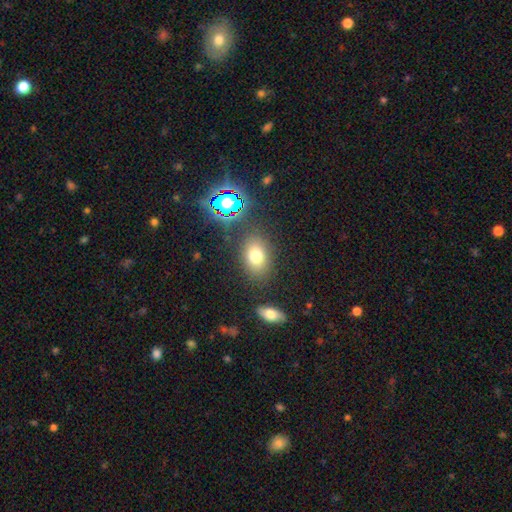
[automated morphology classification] smooth-or-featured: smooth: 73% | star or artifact: 15% | featured or disk: 12%
  how-rounded: in between: 75% | round: 23% | cigar-shaped: 1%
  merging: none: 82% | minor disturbance: 11% | major disturbance: 4% | merger: 3%